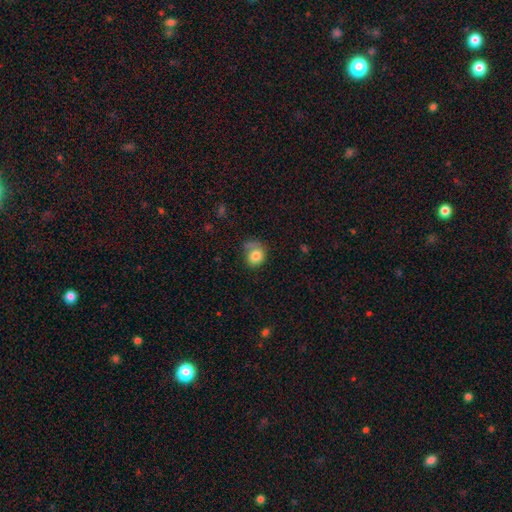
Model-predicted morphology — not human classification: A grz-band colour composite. It shows a smooth galaxy with no disk features (81%) that is round (70%). Merging: none (50%).